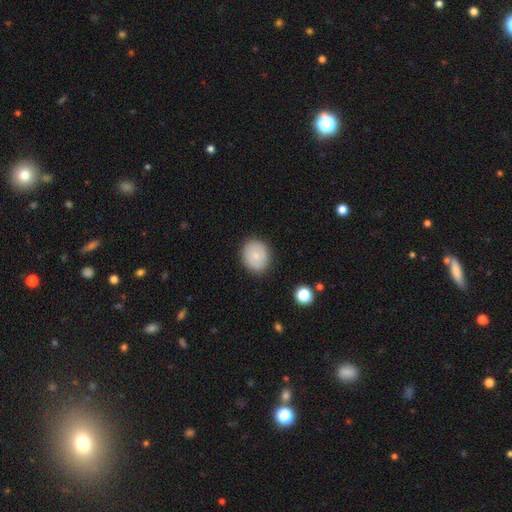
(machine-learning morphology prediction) Smooth or featured: smooth — 75% (featured or disk — 17%)
How rounded: round — 71% (in between — 28%)
Merging: none — 87% (minor disturbance — 10%)